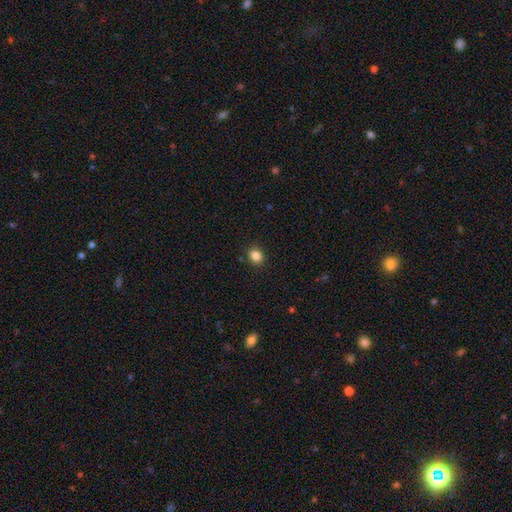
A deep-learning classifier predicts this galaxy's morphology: Smooth or featured? smooth (85%)
How rounded? round (59%)
Merging? none (89%)